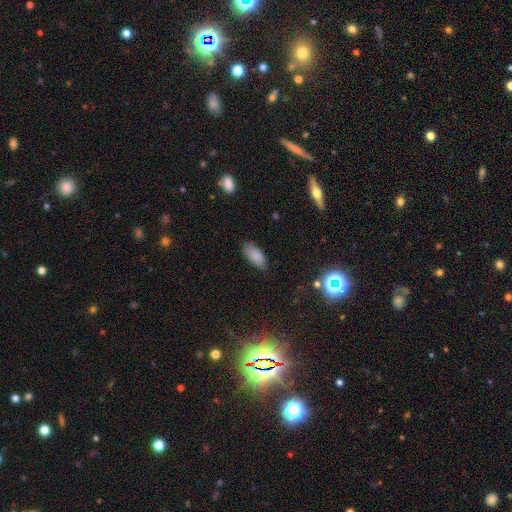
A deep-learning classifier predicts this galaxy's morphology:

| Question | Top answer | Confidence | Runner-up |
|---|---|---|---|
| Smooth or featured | smooth | 84% | star or artifact (8%) |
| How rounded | in between | 90% | cigar-shaped (8%) |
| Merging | none | 76% | minor disturbance (19%) |